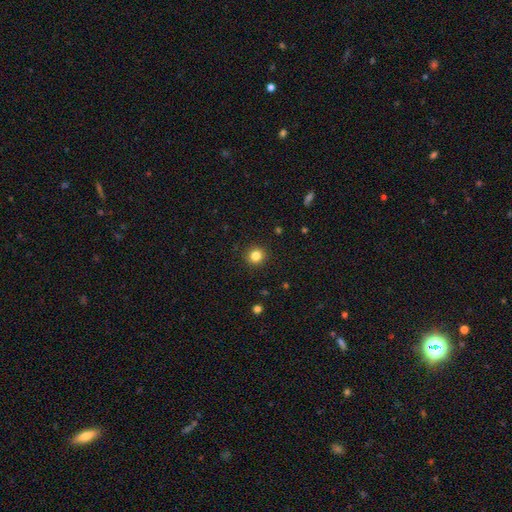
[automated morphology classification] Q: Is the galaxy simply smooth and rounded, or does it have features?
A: smooth — 83%.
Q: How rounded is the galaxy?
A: round — 91%.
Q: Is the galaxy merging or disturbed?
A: none — 92%.